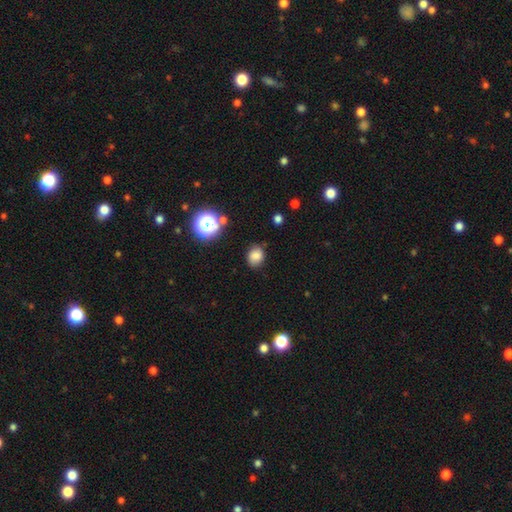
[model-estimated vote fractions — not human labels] smooth_or_featured: smooth (p=0.79) [alt: star or artifact p=0.14]
how_rounded: round (p=0.51) [alt: in between p=0.48]
merging: none (p=0.80) [alt: minor disturbance p=0.15]